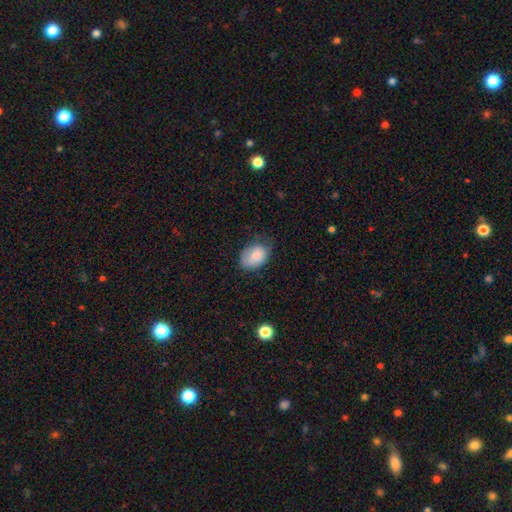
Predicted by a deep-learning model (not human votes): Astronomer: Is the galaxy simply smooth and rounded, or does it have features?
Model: smooth — 81%.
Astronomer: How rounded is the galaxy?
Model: in between — 79%.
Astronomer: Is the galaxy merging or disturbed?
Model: none — 59%.